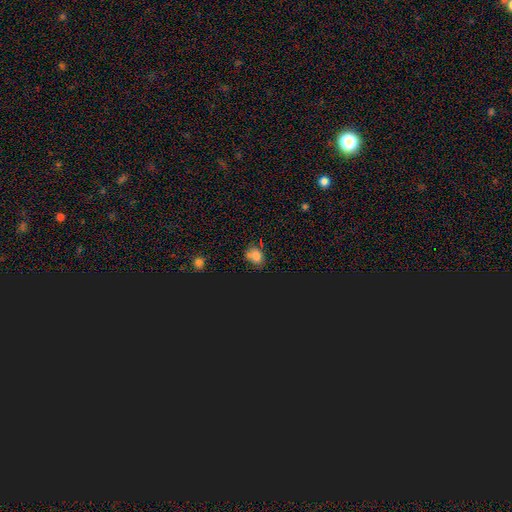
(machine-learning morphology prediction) Smooth or featured: smooth — 67% (star or artifact — 25%)
How rounded: in between — 55% (round — 43%)
Merging: none — 65% (minor disturbance — 21%)